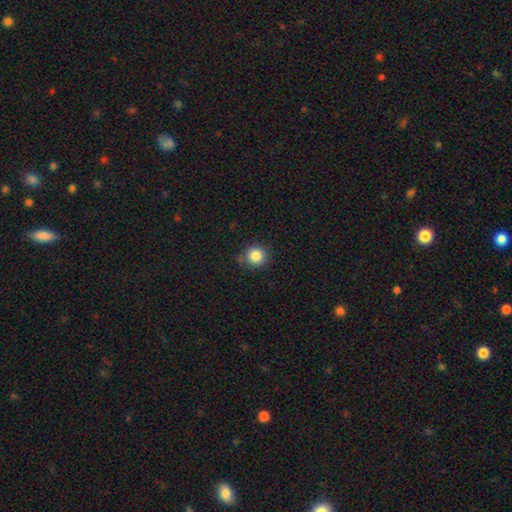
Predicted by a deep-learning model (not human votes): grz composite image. It shows a smooth galaxy with no disk features (85%) that is round (93%). Merging: none (82%).